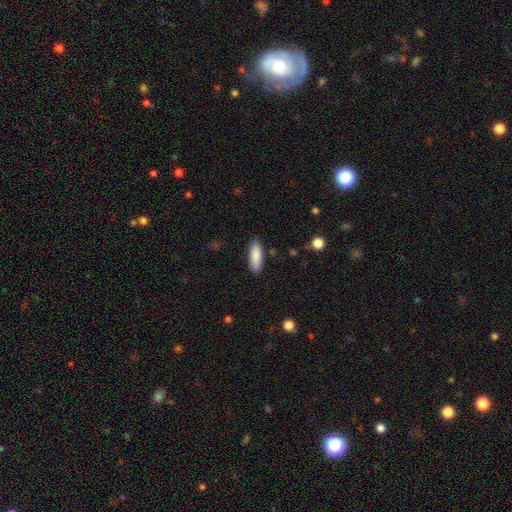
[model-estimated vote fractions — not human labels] Q: Smooth or featured?
A: smooth (88%); runner-up: featured or disk (6%)
Q: How rounded?
A: in between (58%); runner-up: cigar-shaped (41%)
Q: Merging?
A: none (86%); runner-up: minor disturbance (10%)